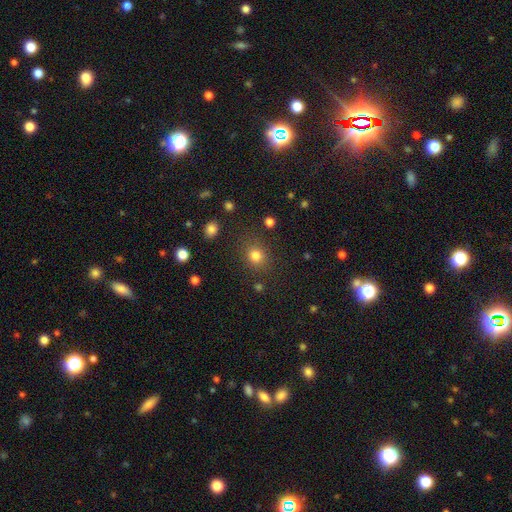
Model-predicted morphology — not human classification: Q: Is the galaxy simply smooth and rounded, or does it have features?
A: smooth — 81%.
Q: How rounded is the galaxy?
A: round — 77%.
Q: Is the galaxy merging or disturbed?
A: none — 82%.